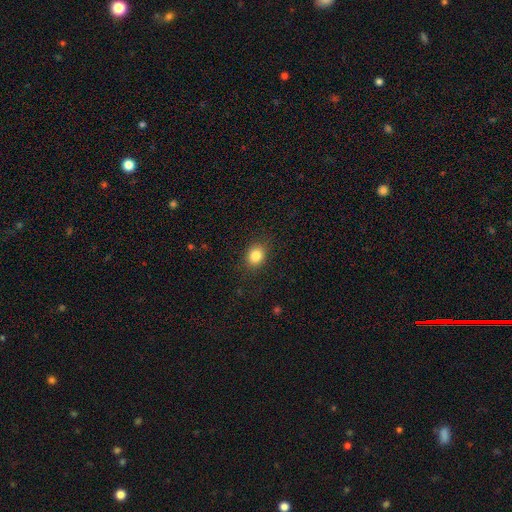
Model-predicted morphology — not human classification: smooth-or-featured: smooth: 84% | star or artifact: 10% | featured or disk: 6%
  how-rounded: round: 54% | in between: 45% | cigar-shaped: 1%
  merging: none: 86% | minor disturbance: 10% | major disturbance: 3% | merger: 1%